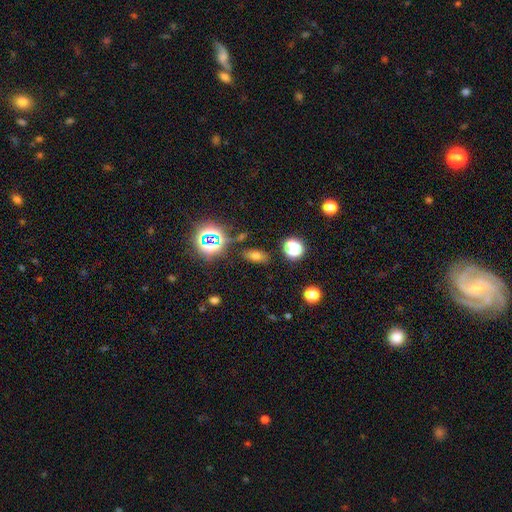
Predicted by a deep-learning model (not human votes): smooth 61%, star or artifact 28%, featured or disk 11%. Down the decision tree: how rounded — in between (82%); merging — none (83%).